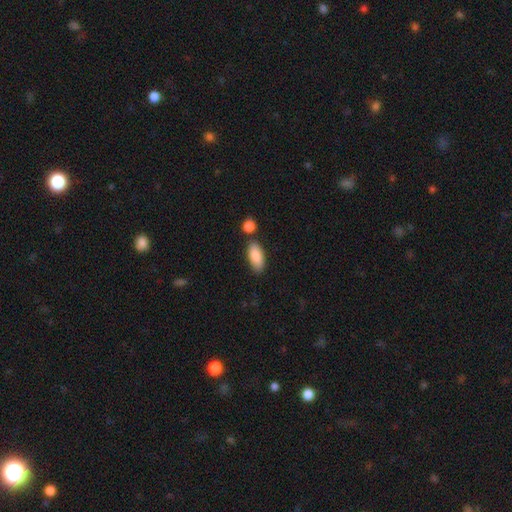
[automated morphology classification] smooth 88%, featured or disk 7%, star or artifact 6%. Down the decision tree: how rounded — in between (87%); merging — none (74%).